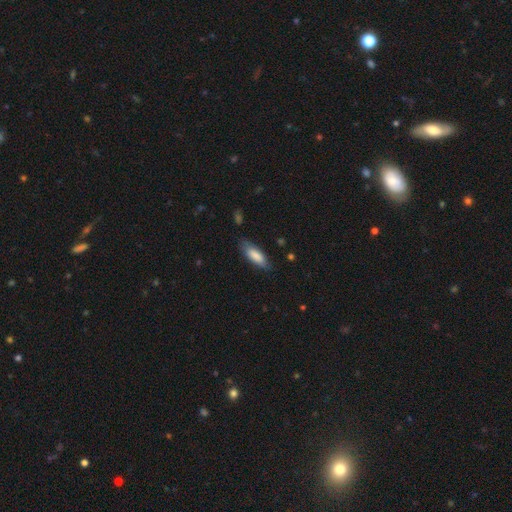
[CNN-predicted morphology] type=smooth (83%); roundness=in between (62%); merging=none (76%).